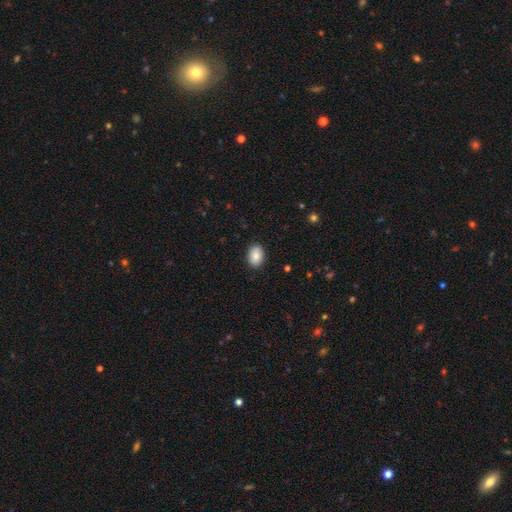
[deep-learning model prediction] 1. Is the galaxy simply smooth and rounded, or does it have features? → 86% smooth, 7% star or artifact, 6% featured or disk.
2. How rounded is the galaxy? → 80% in between, 19% round, 1% cigar-shaped.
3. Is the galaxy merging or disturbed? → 89% none, 8% minor disturbance, 2% major disturbance, 1% merger.